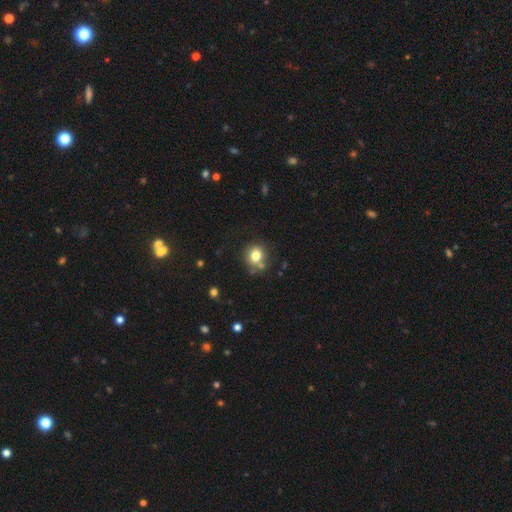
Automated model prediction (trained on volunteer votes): A smooth galaxy with no disk features (78%) that is round (83%).

Vote fractions:
- Smooth or featured? smooth: 78% / star or artifact: 12% / featured or disk: 10%
- How rounded? round: 83% / in between: 17% / cigar-shaped: 1%
- Merging? none: 69% / minor disturbance: 14% / merger: 12% / major disturbance: 5%